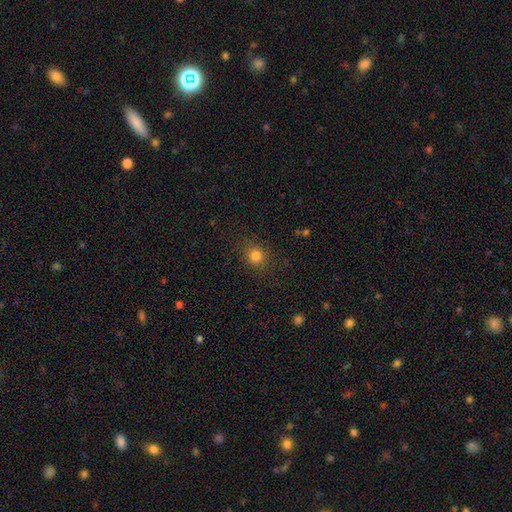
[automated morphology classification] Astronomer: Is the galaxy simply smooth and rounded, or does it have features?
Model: smooth — 81%.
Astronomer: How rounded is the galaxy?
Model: round — 86%.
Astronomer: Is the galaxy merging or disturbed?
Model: none — 85%.